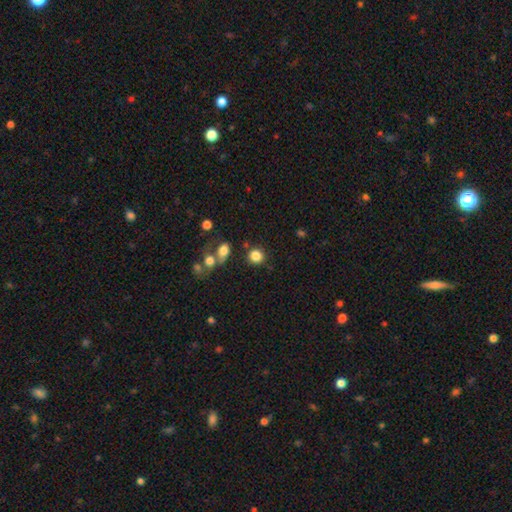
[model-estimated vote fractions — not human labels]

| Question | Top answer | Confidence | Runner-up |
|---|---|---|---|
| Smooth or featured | smooth | 84% | star or artifact (11%) |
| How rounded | round | 88% | in between (11%) |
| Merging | none | 79% | minor disturbance (9%) |